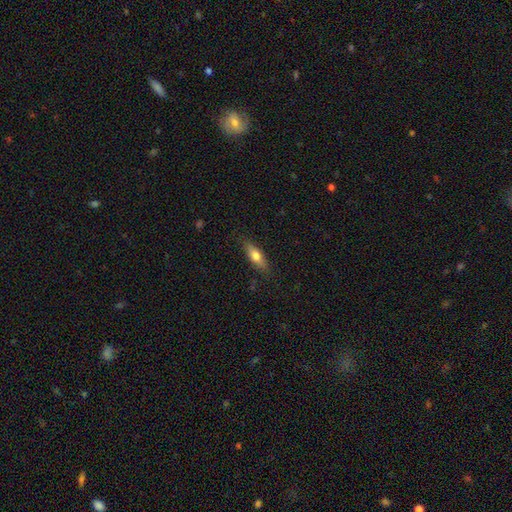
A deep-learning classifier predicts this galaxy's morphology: This is likely a smooth galaxy (67%). How rounded: possibly in between (54%). Merging: clearly none (84%).